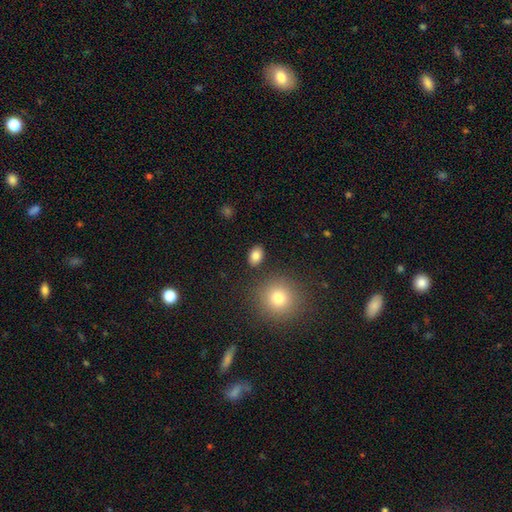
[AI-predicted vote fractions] Smooth or featured: smooth — 83% (star or artifact — 10%)
How rounded: in between — 76% (round — 23%)
Merging: none — 86% (minor disturbance — 8%)